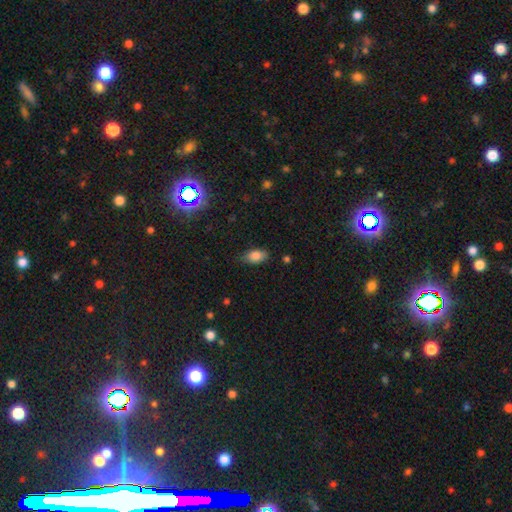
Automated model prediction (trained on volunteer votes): Smooth or featured? Predicted: smooth (p=0.82). How rounded? Predicted: in between (p=0.89). Merging? Predicted: none (p=0.76).